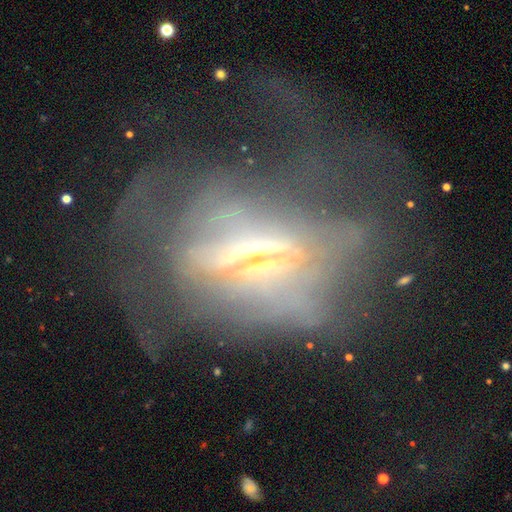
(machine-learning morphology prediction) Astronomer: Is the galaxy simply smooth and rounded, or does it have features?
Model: featured or disk — 64%.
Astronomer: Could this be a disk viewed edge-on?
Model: no — 65%.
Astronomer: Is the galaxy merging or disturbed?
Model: major disturbance — 58%.